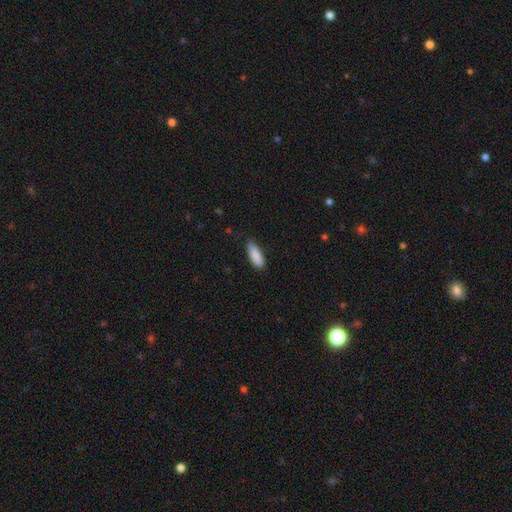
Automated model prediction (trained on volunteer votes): Smooth or featured? Predicted: smooth (p=0.88). How rounded? Predicted: in between (p=0.64). Merging? Predicted: none (p=0.79).